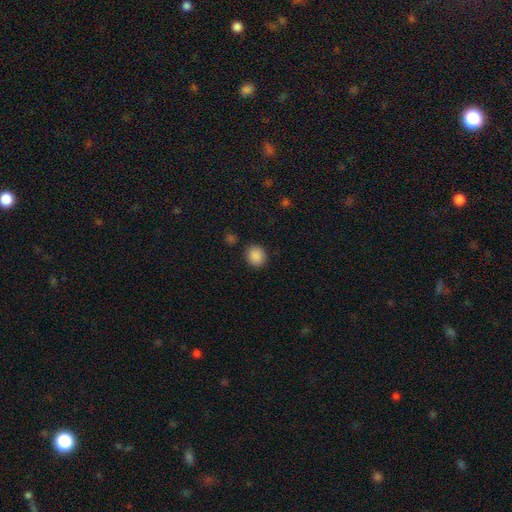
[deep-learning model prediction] A smooth galaxy with no disk features (88%) that is round (82%). Merging: none (87%).